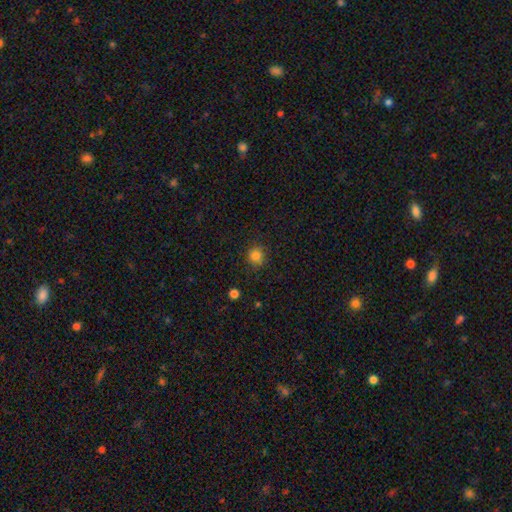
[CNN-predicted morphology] Smooth or featured? smooth (82%)
How rounded? round (90%)
Merging? none (85%)